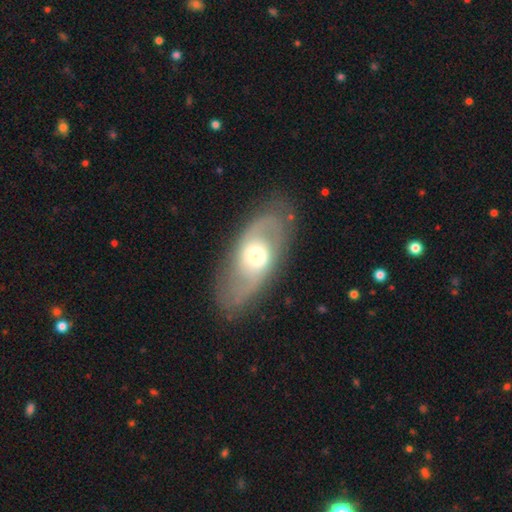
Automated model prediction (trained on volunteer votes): Q: Smooth or featured?
A: featured or disk (69%); runner-up: smooth (25%)
Q: Edge-on disk?
A: no (90%); runner-up: yes (10%)
Q: Bar?
A: no (61%); runner-up: weak (29%)
Q: Spiral arms?
A: yes (71%); runner-up: no (29%)
Q: Bulge size?
A: moderate (63%); runner-up: small (18%)
Q: Merging?
A: none (80%); runner-up: minor disturbance (12%)